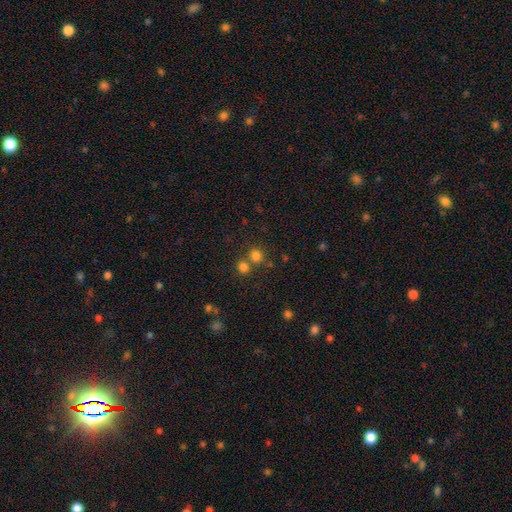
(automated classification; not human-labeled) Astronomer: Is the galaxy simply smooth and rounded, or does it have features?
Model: smooth — 76%.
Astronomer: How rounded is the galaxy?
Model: round — 86%.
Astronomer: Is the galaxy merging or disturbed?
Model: none — 58%.